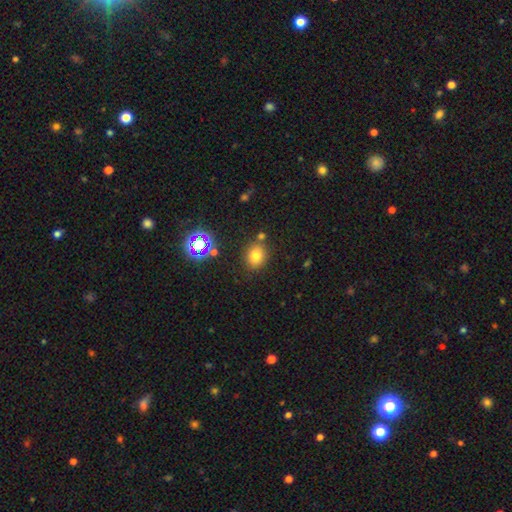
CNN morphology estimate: Smooth or featured?
  - smooth: 73% *
  - star or artifact: 19%
  - featured or disk: 8%
How rounded?
  - round: 65% *
  - in between: 34%
  - cigar-shaped: 1%
Merging?
  - none: 78% *
  - minor disturbance: 10%
  - merger: 8%
  - major disturbance: 3%